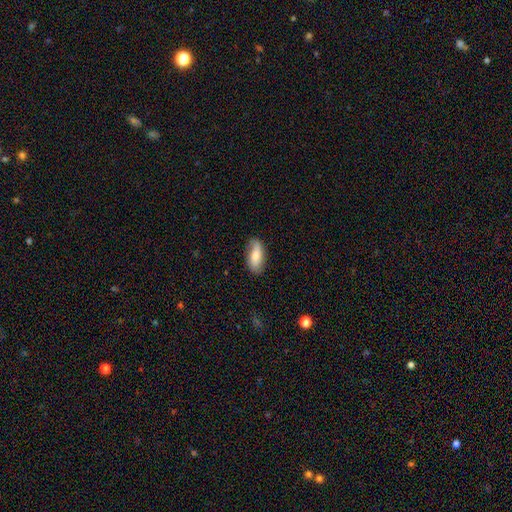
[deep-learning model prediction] Morphology: type=smooth (76%); roundness=in between (84%); merging=none (76%).